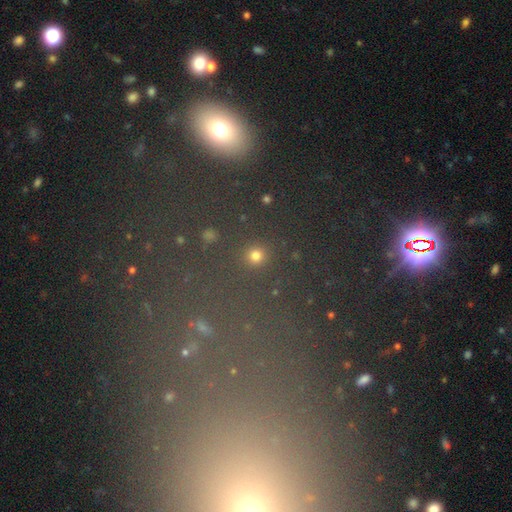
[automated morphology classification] Overall: smooth (69%). How rounded: round (91%). Merging: none (84%).